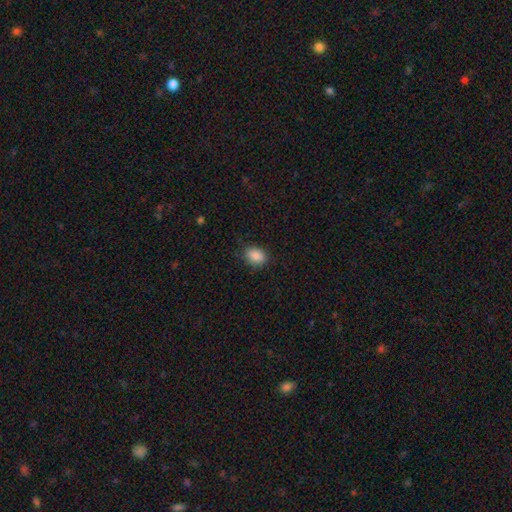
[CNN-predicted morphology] A smooth galaxy with no disk features (87%) that is in between round and cigar-shaped (69%).

Vote fractions:
- Smooth or featured? smooth: 87% / star or artifact: 9% / featured or disk: 4%
- How rounded? in between: 69% / round: 29% / cigar-shaped: 1%
- Merging? none: 77% / minor disturbance: 18% / major disturbance: 4% / merger: 1%